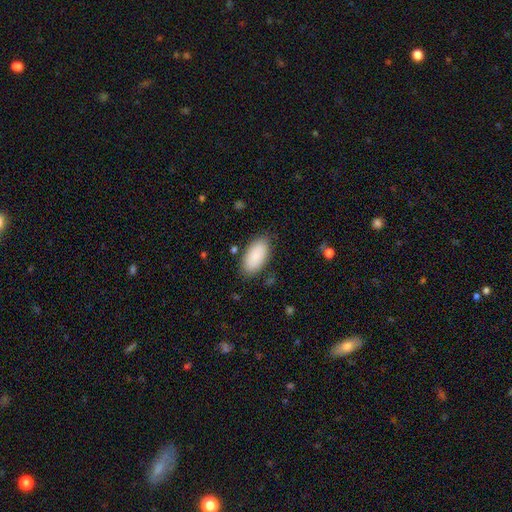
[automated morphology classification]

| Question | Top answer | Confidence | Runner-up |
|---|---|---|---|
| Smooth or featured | smooth | 89% | star or artifact (6%) |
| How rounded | in between | 94% | cigar-shaped (4%) |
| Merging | none | 84% | minor disturbance (12%) |